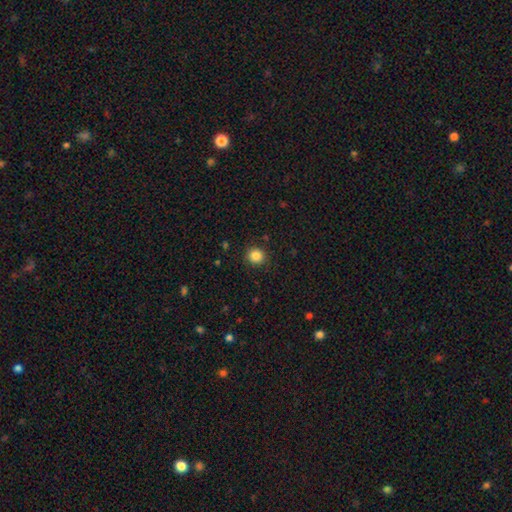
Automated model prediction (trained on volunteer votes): Smooth or featured?
  - smooth: 86% *
  - star or artifact: 11%
  - featured or disk: 4%
How rounded?
  - round: 90% *
  - in between: 9%
  - cigar-shaped: 1%
Merging?
  - none: 89% *
  - minor disturbance: 8%
  - major disturbance: 2%
  - merger: 1%